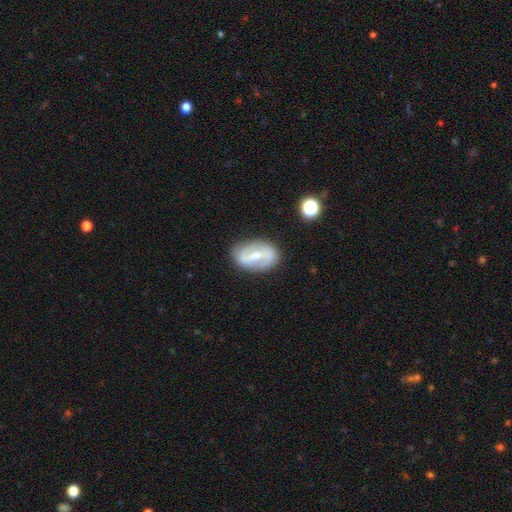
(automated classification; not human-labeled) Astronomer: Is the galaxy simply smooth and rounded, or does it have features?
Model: featured or disk — 74%.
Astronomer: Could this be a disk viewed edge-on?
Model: no — 95%.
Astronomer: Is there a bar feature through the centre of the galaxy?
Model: strong — 53% (runner-up: weak, 35%).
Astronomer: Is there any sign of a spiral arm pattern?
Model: yes — 72%.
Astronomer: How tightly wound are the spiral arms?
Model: medium — 41% (runner-up: loose, 33%).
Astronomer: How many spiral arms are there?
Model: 2 — 84%.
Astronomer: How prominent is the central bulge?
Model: moderate — 50% (runner-up: small, 42%).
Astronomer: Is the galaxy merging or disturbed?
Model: none — 83%.